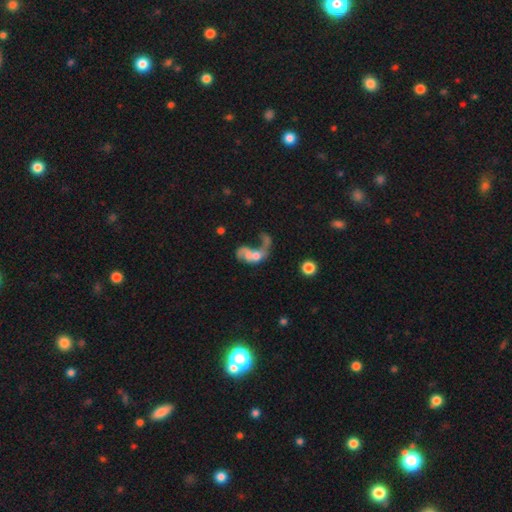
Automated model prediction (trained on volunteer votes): Overall: featured or disk (55%; smooth 34%). Edge-on disk: no (96%). Bar: no (76%). Spiral arms: yes (52%; no 48%). Bulge size: moderate (38%; small 24%). Merging: merger (55%; major disturbance 26%).